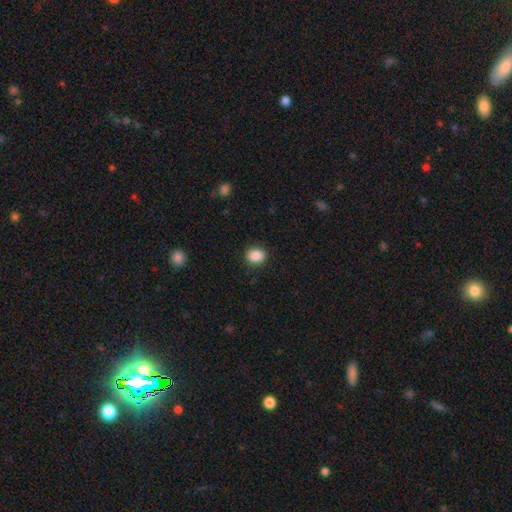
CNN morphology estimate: smooth 87%, star or artifact 9%, featured or disk 4%. Down the decision tree: how rounded — round (57%); merging — none (89%).